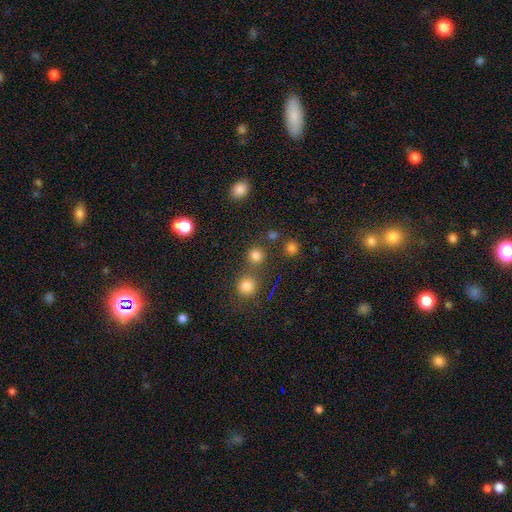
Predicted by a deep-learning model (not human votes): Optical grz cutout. It shows a smooth galaxy with no disk features (78%) that is round (90%). Merging: none (70%).